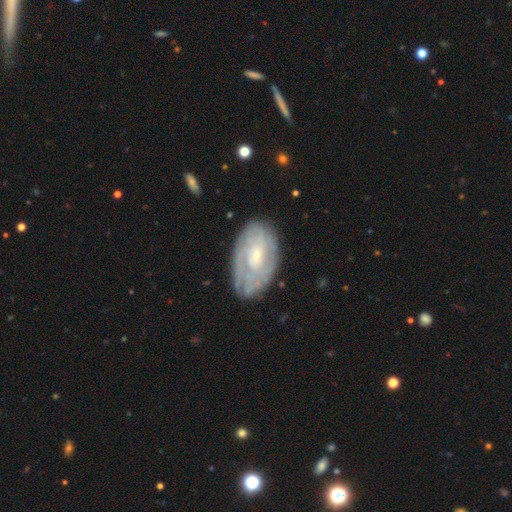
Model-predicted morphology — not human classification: Smooth or featured? featured or disk (63%)
Edge-on disk? no (94%)
Bar? no (61%)
Spiral arms? yes (71%)
Bulge size? small (62%)
Merging? none (73%)